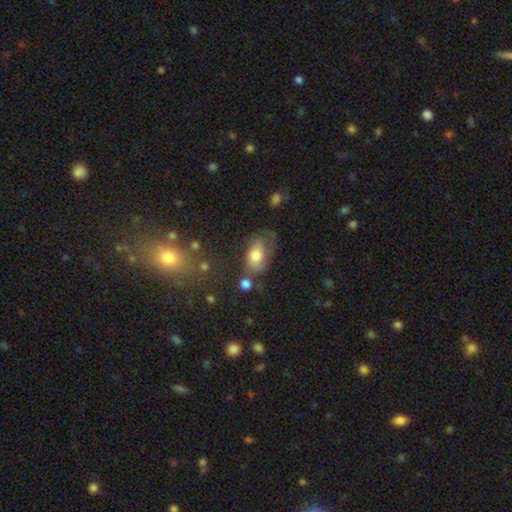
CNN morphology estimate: Overall: smooth (65%; featured or disk 26%). How rounded: in between (88%). Merging: none (42%; minor disturbance 28%).